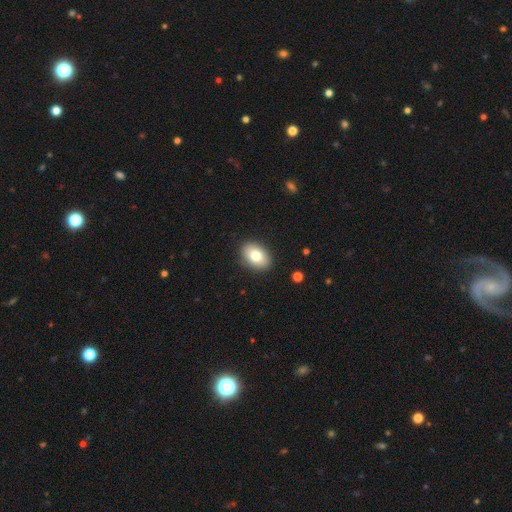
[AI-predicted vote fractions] smooth 81%, featured or disk 11%, star or artifact 7%. Down the decision tree: how rounded — in between (86%); merging — none (89%).